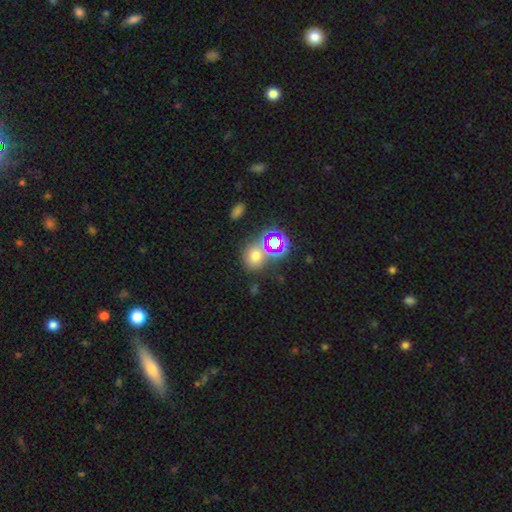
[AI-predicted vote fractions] This appears to be a smooth galaxy with no disk features (59%) that is round (68%). Merging: none (60%).